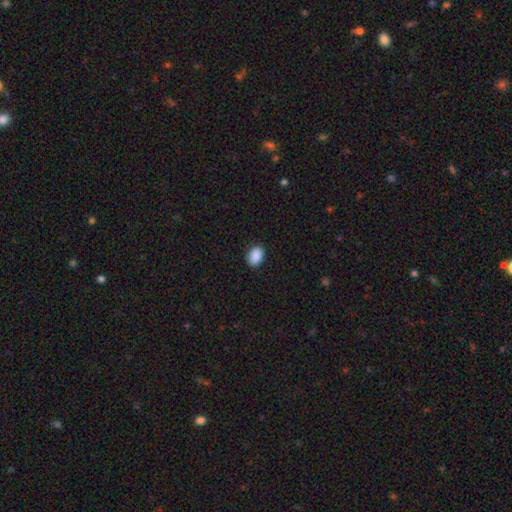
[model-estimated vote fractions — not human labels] smooth_or_featured: smooth (p=0.90) [alt: star or artifact p=0.07]
how_rounded: in between (p=0.83) [alt: round p=0.16]
merging: none (p=0.89) [alt: minor disturbance p=0.08]